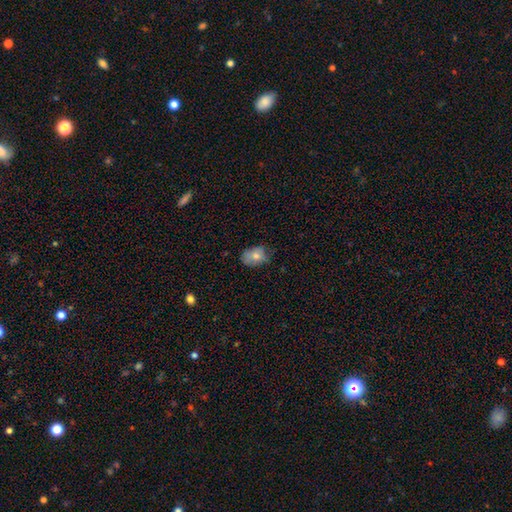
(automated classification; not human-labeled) Overall: smooth (70%). How rounded: in between (76%). Merging: none (62%; minor disturbance 29%).